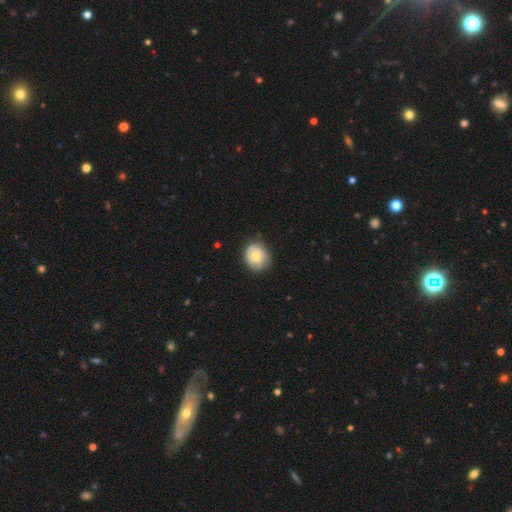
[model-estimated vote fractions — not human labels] smooth 67%, featured or disk 26%, star or artifact 7%. Down the decision tree: how rounded — round (72%); merging — none (78%).